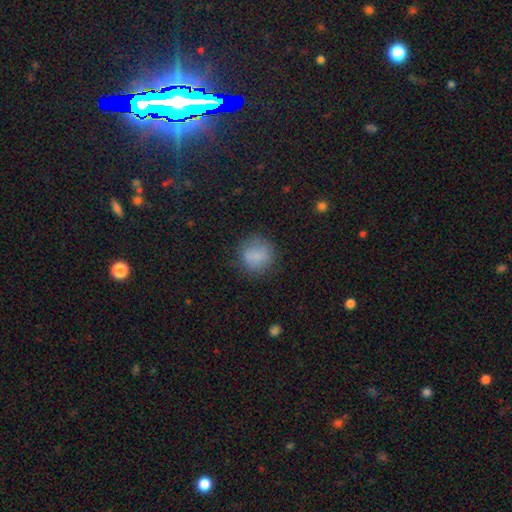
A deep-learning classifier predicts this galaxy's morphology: Q: Smooth or featured?
A: smooth (82%); runner-up: featured or disk (9%)
Q: How rounded?
A: round (86%); runner-up: in between (13%)
Q: Merging?
A: none (76%); runner-up: minor disturbance (16%)